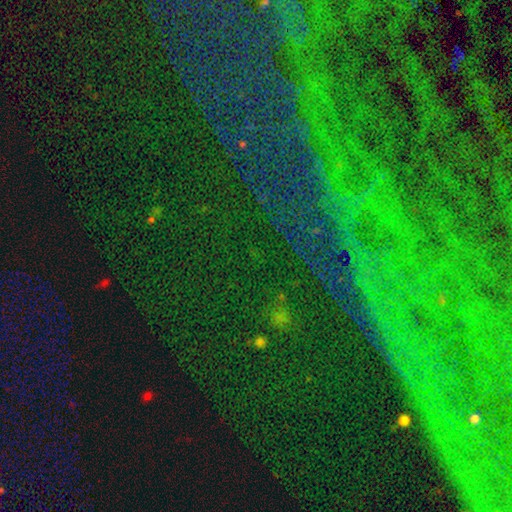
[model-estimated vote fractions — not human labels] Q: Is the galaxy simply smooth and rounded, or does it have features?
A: star or artifact — 76%.